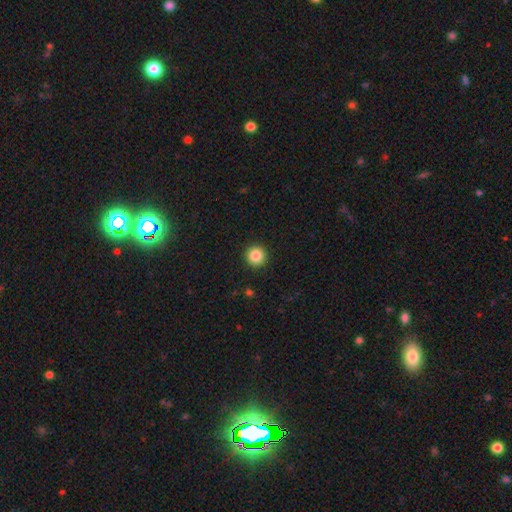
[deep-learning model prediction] The model was most divided on "smooth or featured": smooth: 86%, star or artifact: 10%, featured or disk: 4%. More confident: how rounded — round (96%); merging — none (93%).